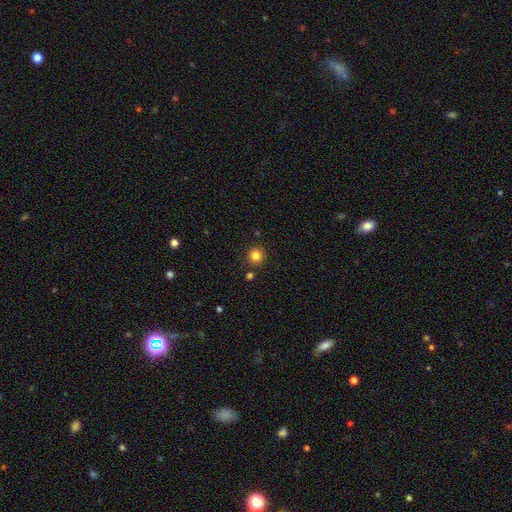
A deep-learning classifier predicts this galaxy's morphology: The model was most divided on "smooth or featured": smooth: 83%, star or artifact: 12%, featured or disk: 5%. More confident: how rounded — round (94%); merging — none (88%).